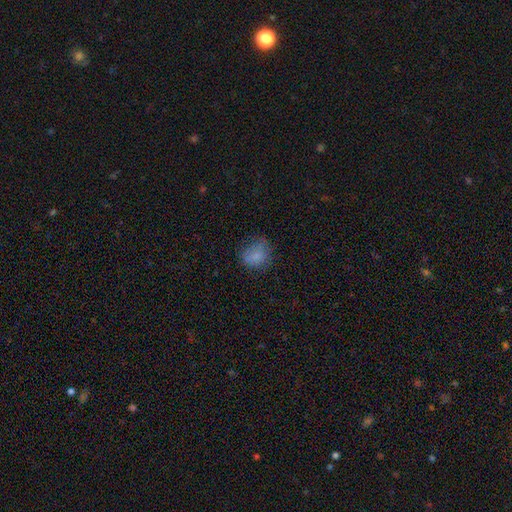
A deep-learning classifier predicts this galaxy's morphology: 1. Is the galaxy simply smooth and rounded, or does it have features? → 76% smooth, 12% featured or disk, 12% star or artifact.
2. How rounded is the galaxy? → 61% round, 38% in between, 1% cigar-shaped.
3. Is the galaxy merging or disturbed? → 58% none, 26% minor disturbance, 14% major disturbance, 2% merger.